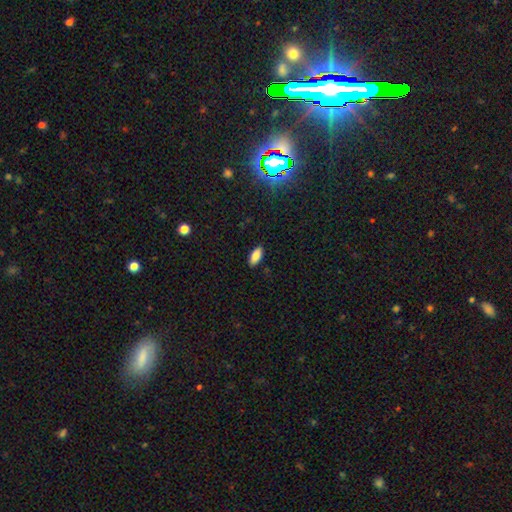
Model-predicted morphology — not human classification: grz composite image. It shows a smooth galaxy with no disk features (85%) that is in between round and cigar-shaped (88%). Merging: none (89%).